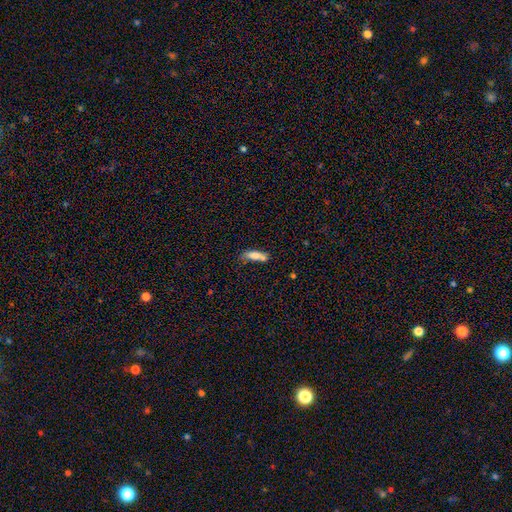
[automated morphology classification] This is likely a smooth galaxy (77%). How rounded: possibly in between (50%). Merging: marginally none (44%).